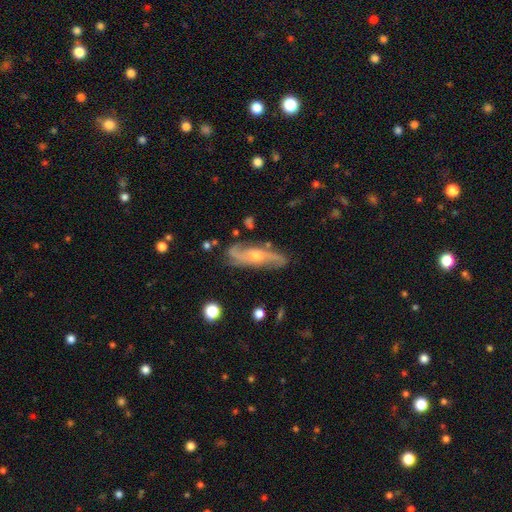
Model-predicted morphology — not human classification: smooth-or-featured: featured or disk: 74% | smooth: 18% | star or artifact: 8%
  disk-edge-on: no: 67% | yes: 33%
    bar: no: 65% | weak: 24% | strong: 10%
    has-spiral-arms: yes: 87% | no: 13%
    bulge-size: moderate: 55% | small: 40% | large: 2% | none: 1% | dominant: 1%
  merging: none: 78% | minor disturbance: 16% | major disturbance: 4% | merger: 2%